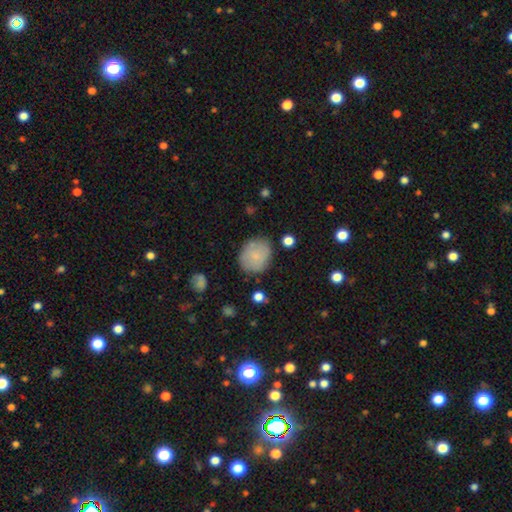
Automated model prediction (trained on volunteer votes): A smooth galaxy with no disk features (77%) that is round (69%). Merging: none (76%).